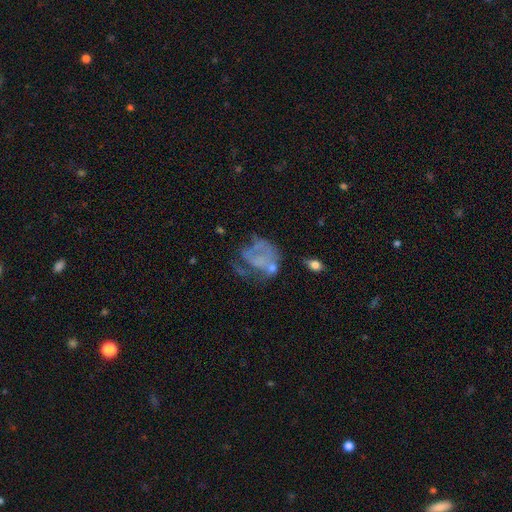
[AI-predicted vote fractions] Smooth or featured: featured or disk — 54% (smooth — 32%)
Edge-on disk: no — 98% (yes — 2%)
Bar: no — 89% (weak — 9%)
Spiral arms: no — 74% (yes — 26%)
Bulge size: none — 73% (small — 13%)
Merging: major disturbance — 44% (none — 27%)